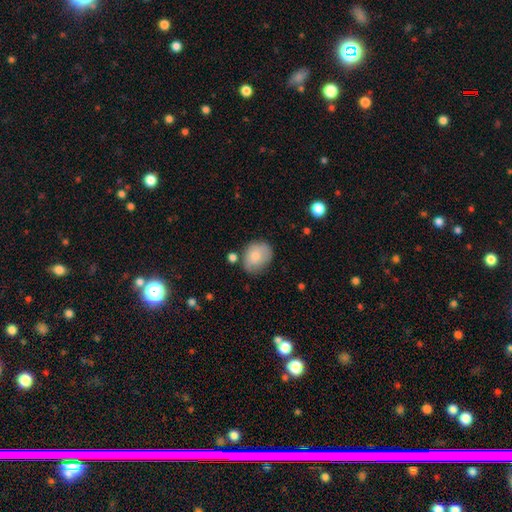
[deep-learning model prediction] smooth_or_featured: smooth (p=0.75) [alt: featured or disk p=0.18]
how_rounded: in between (p=0.50) [alt: round p=0.49]
merging: none (p=0.61) [alt: minor disturbance p=0.26]